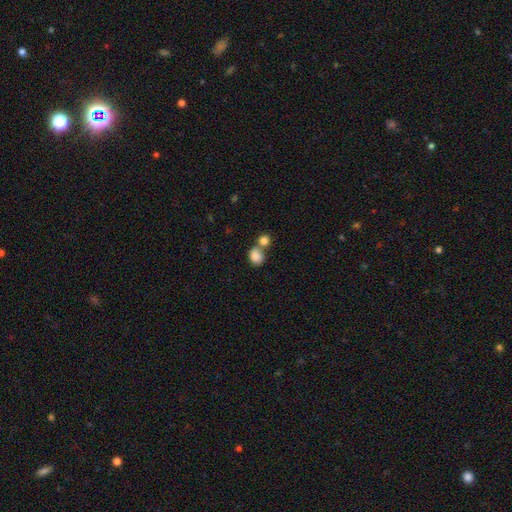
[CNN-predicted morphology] smooth 85%, star or artifact 9%, featured or disk 7%. Down the decision tree: how rounded — round (58%); merging — merger (47%).